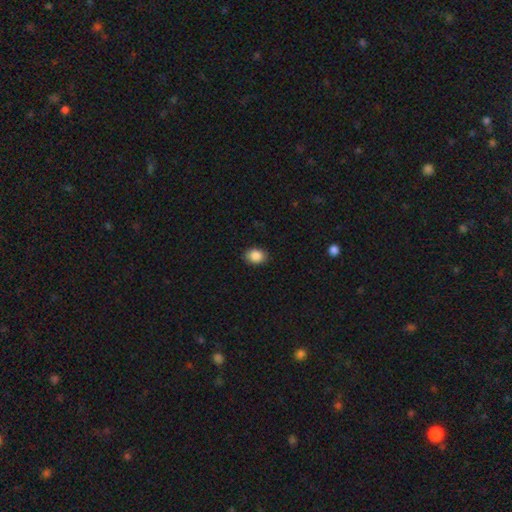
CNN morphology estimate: A smooth galaxy with no disk features (88%) that is in between round and cigar-shaped (64%). Merging: none (87%).